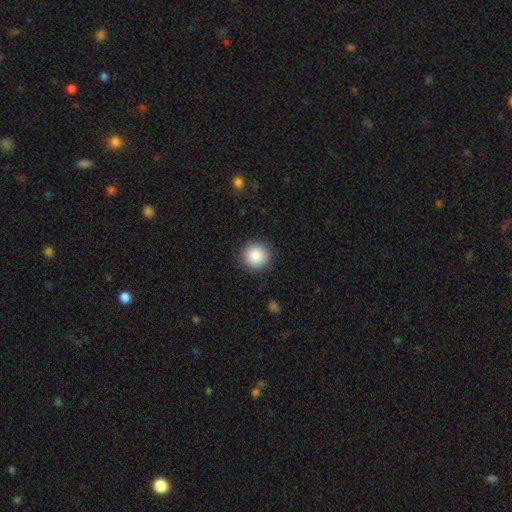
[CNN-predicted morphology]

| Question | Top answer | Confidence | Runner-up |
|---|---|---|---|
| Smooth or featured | smooth | 88% | star or artifact (8%) |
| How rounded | round | 94% | in between (5%) |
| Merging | none | 89% | minor disturbance (8%) |